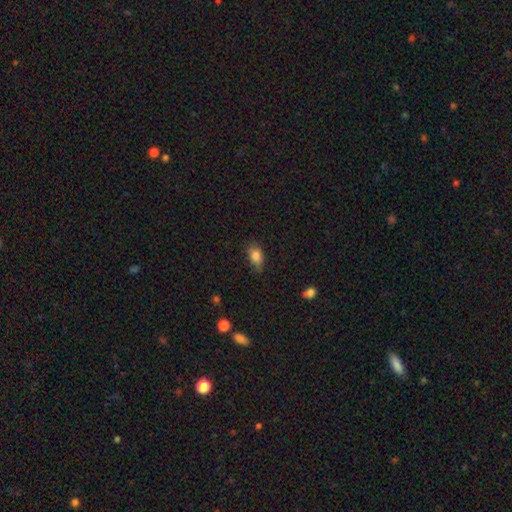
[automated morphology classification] The model was most divided on "merging": none: 72%, minor disturbance: 22%, major disturbance: 5%, merger: 1%. More confident: smooth or featured — smooth (84%); how rounded — in between (83%).